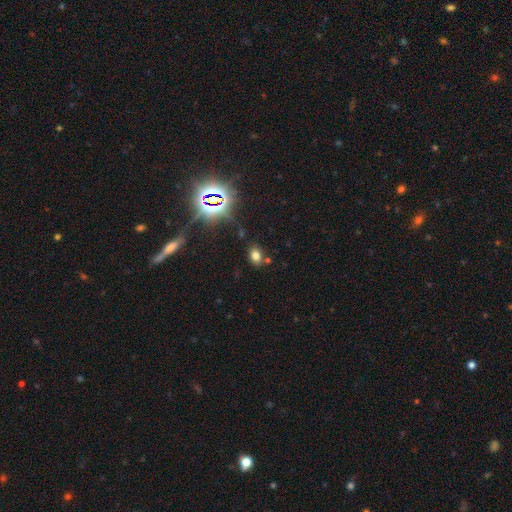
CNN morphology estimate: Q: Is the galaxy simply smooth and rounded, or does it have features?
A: smooth — 69%.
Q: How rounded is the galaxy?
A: in between — 74%.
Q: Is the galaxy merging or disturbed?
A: none — 76%.